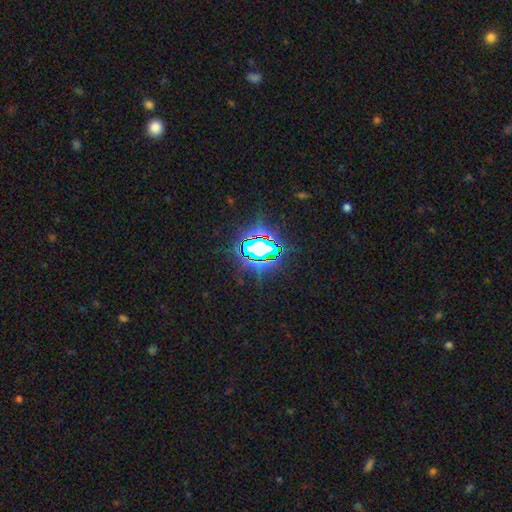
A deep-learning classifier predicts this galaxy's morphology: Q: Smooth or featured?
A: star or artifact (78%); runner-up: smooth (12%)